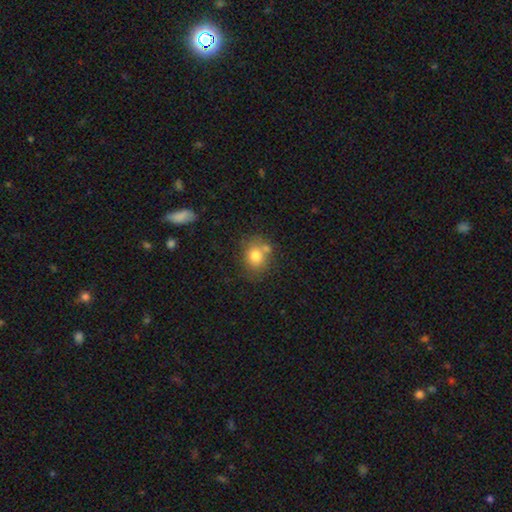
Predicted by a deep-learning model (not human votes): The model was most divided on "how rounded": round: 65%, in between: 34%, cigar-shaped: 1%. More confident: smooth or featured — smooth (77%); merging — none (60%).